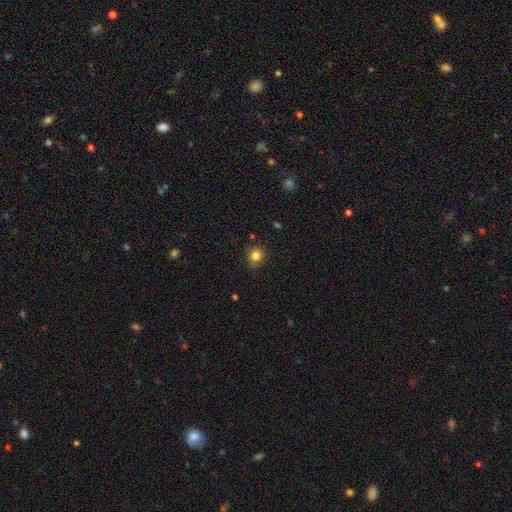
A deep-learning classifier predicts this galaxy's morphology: smooth_or_featured: smooth (p=0.82) [alt: star or artifact p=0.12]
how_rounded: round (p=0.77) [alt: in between p=0.22]
merging: none (p=0.82) [alt: minor disturbance p=0.14]